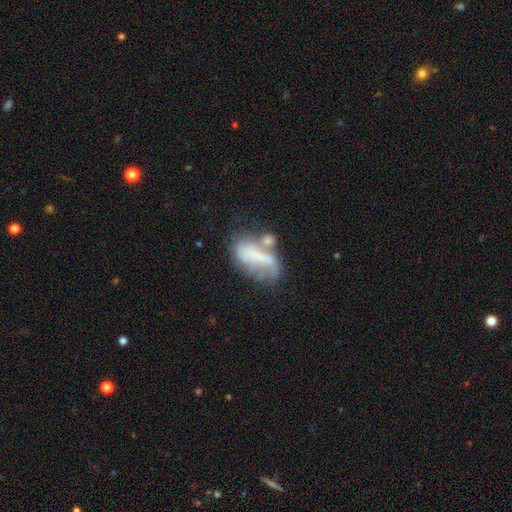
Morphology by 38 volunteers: Smooth or featured? 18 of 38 (47%) said featured or disk. Edge-on disk? 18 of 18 (100%) said no. Bar? 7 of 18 (39%, tied with no) said strong. Spiral arms? 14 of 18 (78%) said no. Bulge size? 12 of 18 (67%) said none. Merging? 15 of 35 (43%) said merger.